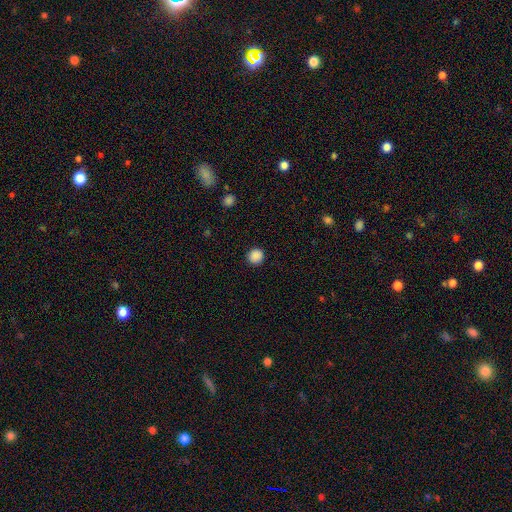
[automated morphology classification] smooth-or-featured: smooth: 88% | star or artifact: 10% | featured or disk: 2%
  how-rounded: round: 94% | in between: 5% | cigar-shaped: 1%
  merging: none: 91% | minor disturbance: 6% | major disturbance: 2% | merger: 1%